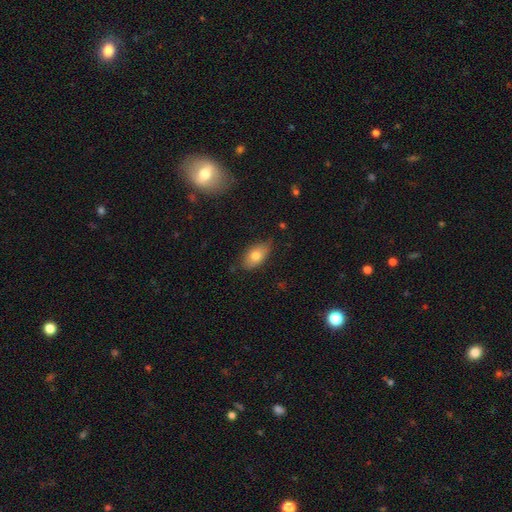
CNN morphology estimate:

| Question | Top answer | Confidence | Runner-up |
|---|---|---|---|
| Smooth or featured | smooth | 77% | featured or disk (15%) |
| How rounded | in between | 89% | round (7%) |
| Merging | none | 74% | minor disturbance (21%) |